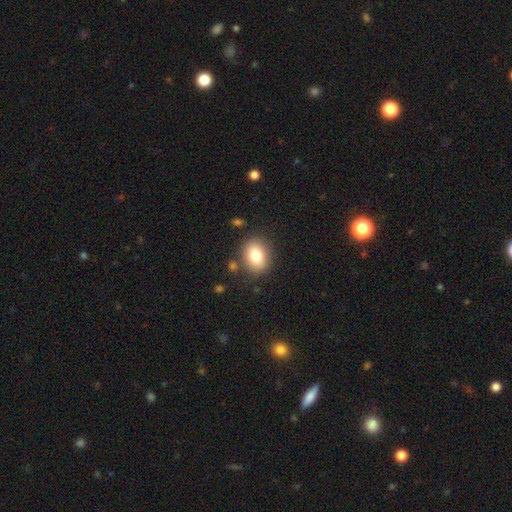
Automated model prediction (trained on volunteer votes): Q: Smooth or featured?
A: smooth (80%); runner-up: featured or disk (10%)
Q: How rounded?
A: in between (54%); runner-up: round (45%)
Q: Merging?
A: none (83%); runner-up: minor disturbance (10%)